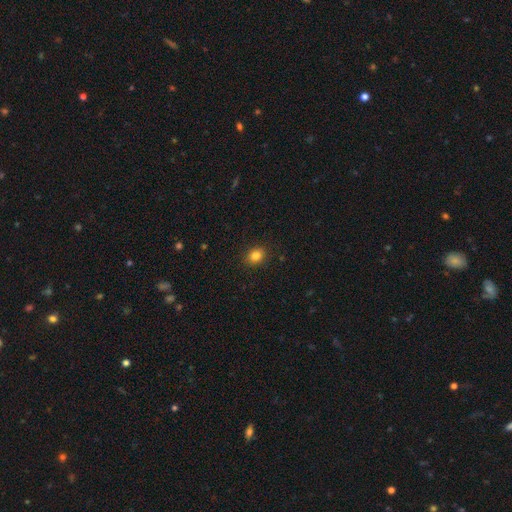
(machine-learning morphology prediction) Overall: smooth (84%). How rounded: round (50%; in between 49%). Merging: none (89%).